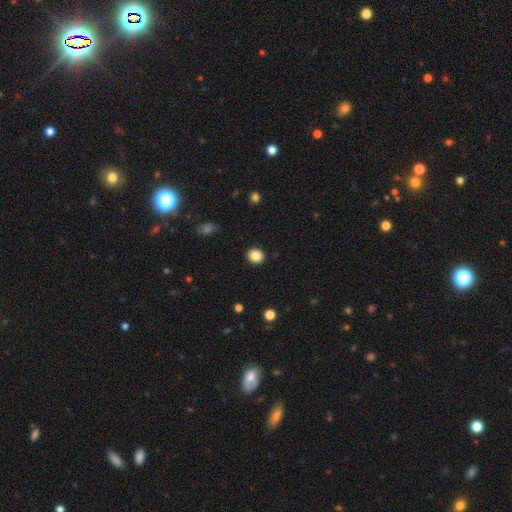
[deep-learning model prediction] This is clearly a smooth galaxy (85%). How rounded: likely round (77%). Merging: clearly none (91%).